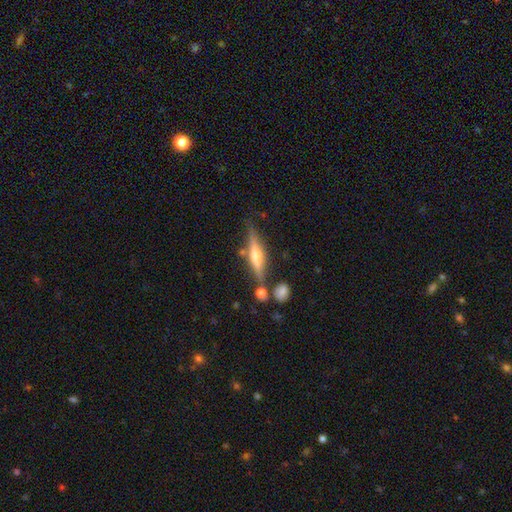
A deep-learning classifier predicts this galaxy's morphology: Smooth or featured? Predicted: featured or disk (p=0.66). Edge-on disk? Predicted: yes (p=0.96). Edge-on bulge? Predicted: rounded (p=0.78). Merging? Predicted: none (p=0.77).